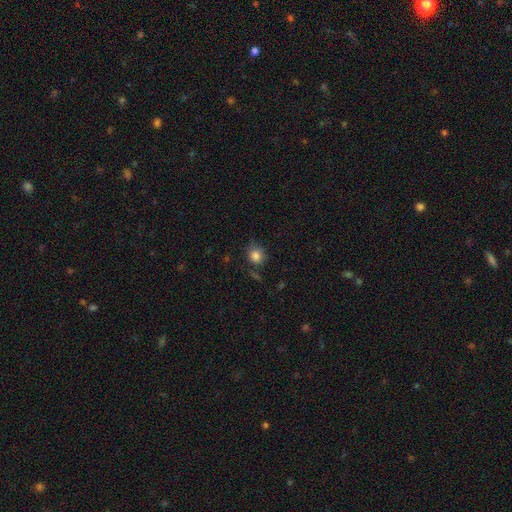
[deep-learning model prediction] This appears to be a smooth galaxy with no disk features (82%) that is round (80%). Merging: none (69%).